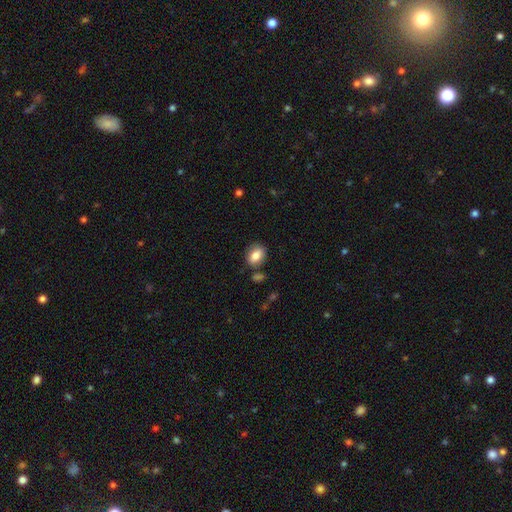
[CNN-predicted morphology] type=smooth (82%); roundness=in between (71%); merging=none (78%).